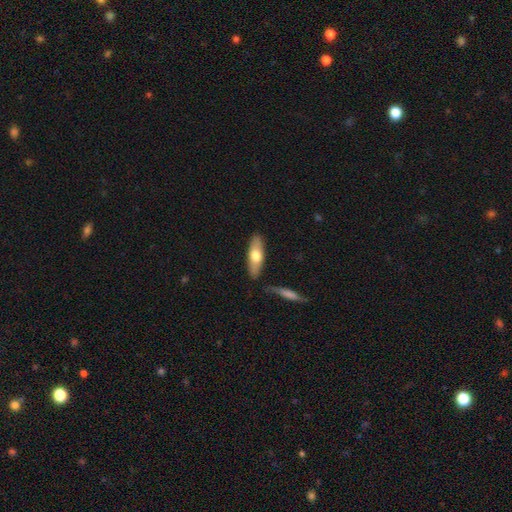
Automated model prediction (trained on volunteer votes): Smooth or featured?
  - smooth: 61% *
  - featured or disk: 34%
  - star or artifact: 5%
How rounded?
  - in between: 49% * (tied)
  - cigar-shaped: 49% * (tied)
  - round: 2%
Merging?
  - none: 83% *
  - minor disturbance: 11%
  - merger: 4%
  - major disturbance: 2%